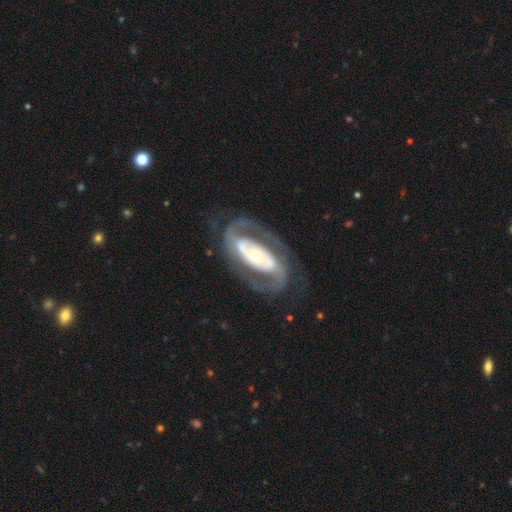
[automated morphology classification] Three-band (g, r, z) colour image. It shows a featured or disk galaxy (89%) with no bar (41%), 2 (89%) medium (47%) spiral arms (92%) and a small central bulge (46%). Merging: none (75%).